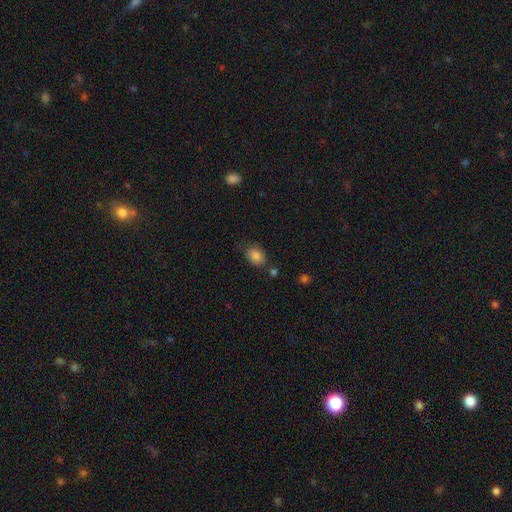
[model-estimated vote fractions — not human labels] Q: Smooth or featured?
A: smooth (85%); runner-up: star or artifact (10%)
Q: How rounded?
A: in between (63%); runner-up: round (36%)
Q: Merging?
A: none (67%); runner-up: minor disturbance (22%)